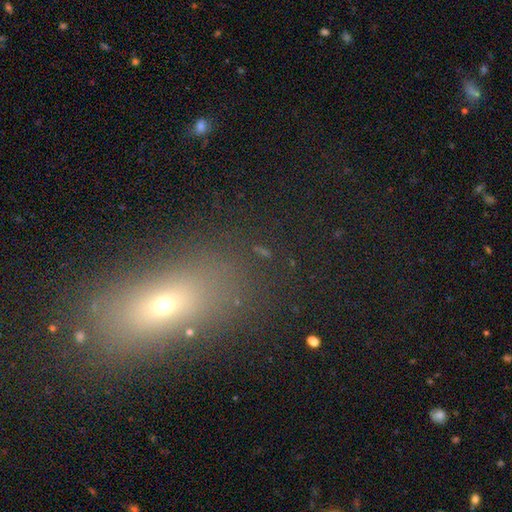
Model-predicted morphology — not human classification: smooth_or_featured: smooth (p=0.56) [alt: star or artifact p=0.25]
how_rounded: in between (p=0.67) [alt: cigar-shaped p=0.17]
merging: none (p=0.79) [alt: minor disturbance p=0.11]